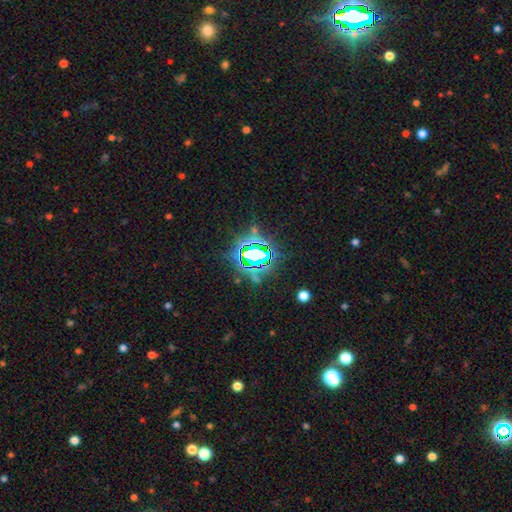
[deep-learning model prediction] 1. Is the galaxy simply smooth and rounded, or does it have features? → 77% star or artifact, 12% smooth, 11% featured or disk.